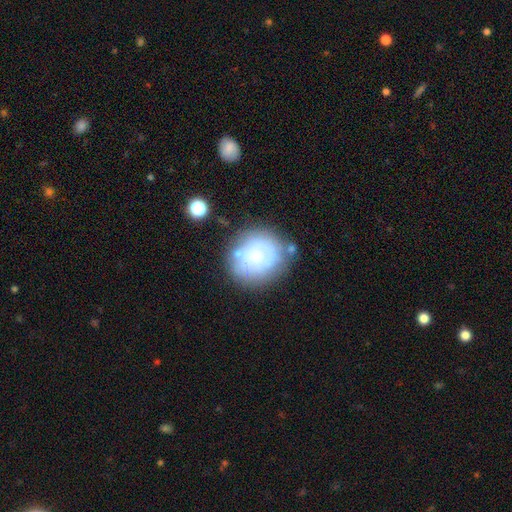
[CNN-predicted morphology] Smooth or featured? smooth (47%)
Merging? none (62%)